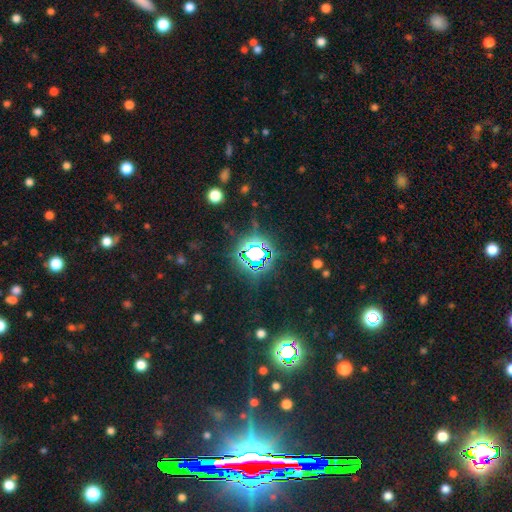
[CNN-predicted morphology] type=star or artifact (77%).